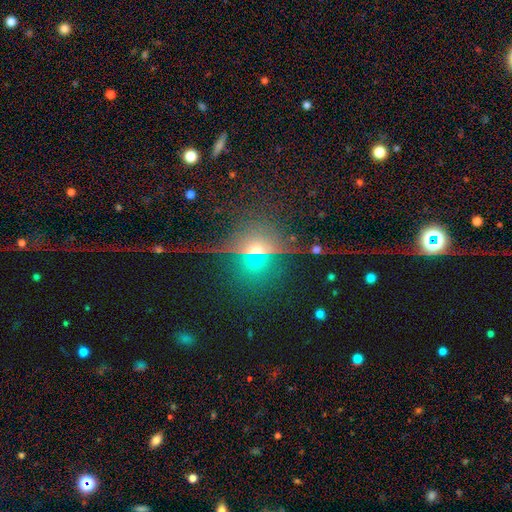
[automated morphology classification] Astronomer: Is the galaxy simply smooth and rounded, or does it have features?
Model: star or artifact — 42% (runner-up: smooth, 38%).